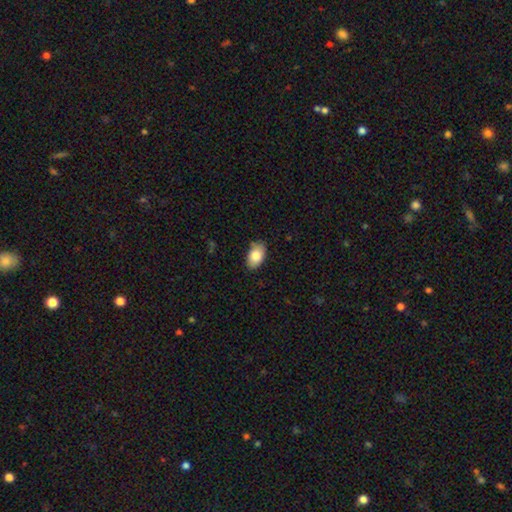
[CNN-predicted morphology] This is clearly a smooth galaxy (85%). How rounded: clearly in between (92%). Merging: clearly none (82%).